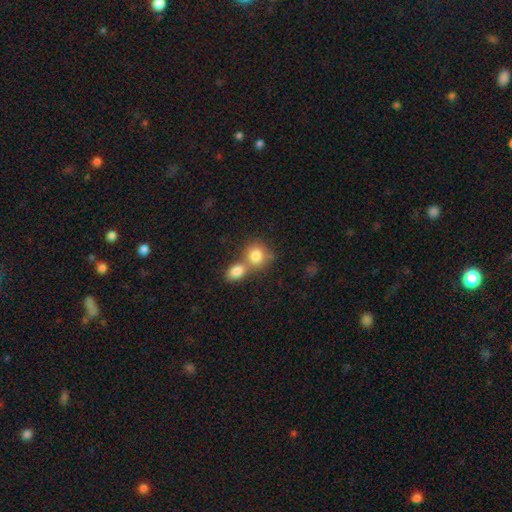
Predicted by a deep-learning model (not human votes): Smooth or featured: smooth — 81% (featured or disk — 10%)
How rounded: round — 73% (in between — 26%)
Merging: merger — 54% (none — 36%)